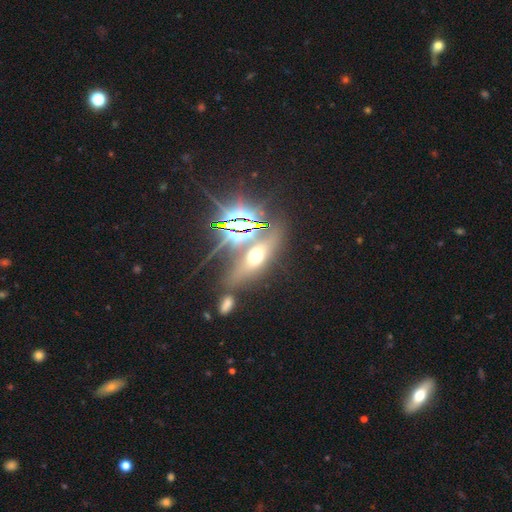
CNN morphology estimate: Overall: smooth (37%, tied with star or artifact). Merging: none (67%).